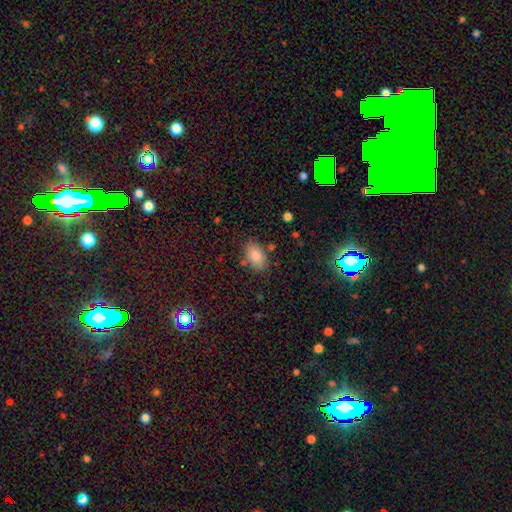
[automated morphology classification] Smooth or featured? smooth (86%)
How rounded? in between (92%)
Merging? none (77%)